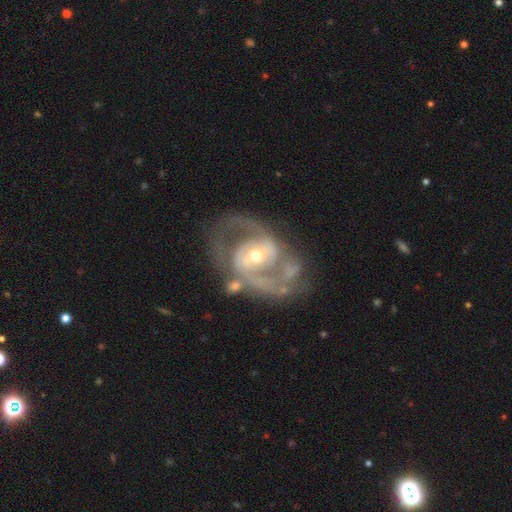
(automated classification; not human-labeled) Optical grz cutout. It shows a featured or disk galaxy (89%) with a weak bar (40%), 2 (80%) medium (54%) spiral arms (93%) and a moderate central bulge (55%). Merging: none (59%).